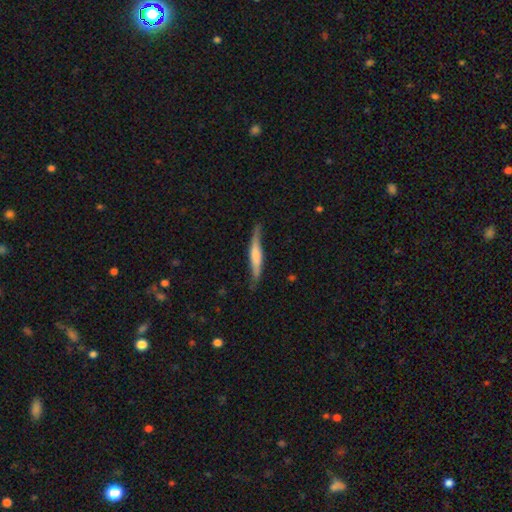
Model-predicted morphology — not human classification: featured or disk 49%, smooth 46%, star or artifact 5%. Down the decision tree: merging — none (68%).